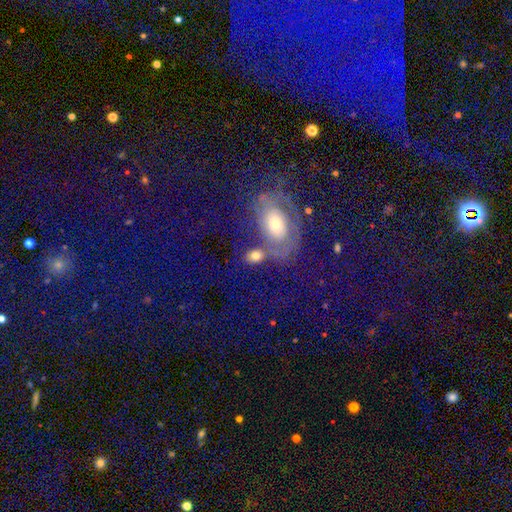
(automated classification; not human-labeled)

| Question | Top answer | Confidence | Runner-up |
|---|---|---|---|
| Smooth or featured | smooth | 68% | featured or disk (20%) |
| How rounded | in between | 71% | round (27%) |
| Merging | none | 61% | merger (16%) |